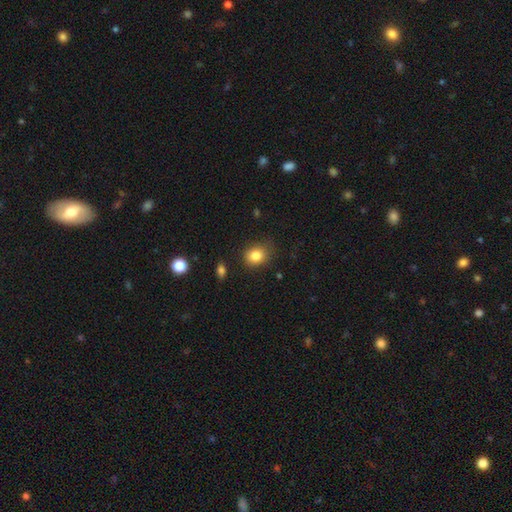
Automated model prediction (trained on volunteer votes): Smooth or featured? smooth (83%)
How rounded? round (62%)
Merging? none (75%)